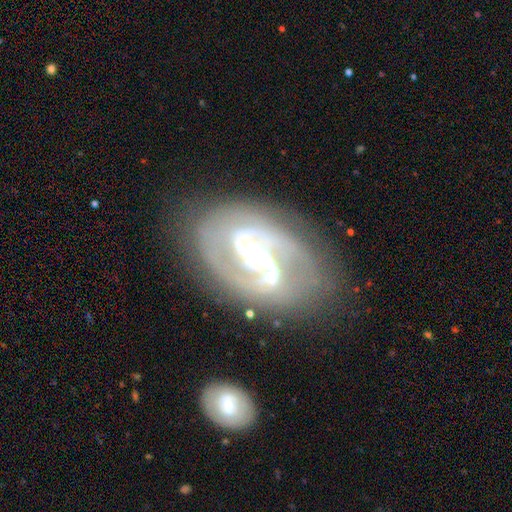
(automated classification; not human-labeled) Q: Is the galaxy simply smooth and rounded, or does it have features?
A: featured or disk — 88%.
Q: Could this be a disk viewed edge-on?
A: no — 97%.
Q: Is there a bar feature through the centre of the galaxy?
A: weak — 41%.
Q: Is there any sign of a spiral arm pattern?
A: yes — 95%.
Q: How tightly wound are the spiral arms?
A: medium — 50%.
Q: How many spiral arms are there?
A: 2 — 80%.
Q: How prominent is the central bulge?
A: moderate — 56%.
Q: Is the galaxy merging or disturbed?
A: none — 69%.